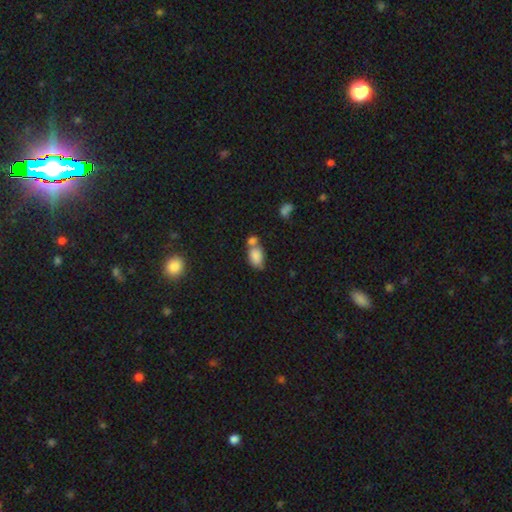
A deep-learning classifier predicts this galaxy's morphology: This is clearly a smooth galaxy (81%). How rounded: clearly in between (83%). Merging: possibly merger (47%).